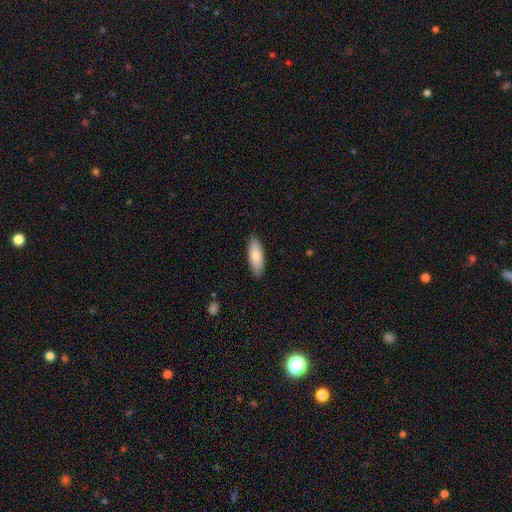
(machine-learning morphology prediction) The model was most divided on "how rounded": in between: 79%, cigar-shaped: 19%, round: 2%. More confident: merging — none (86%); smooth or featured — smooth (78%).